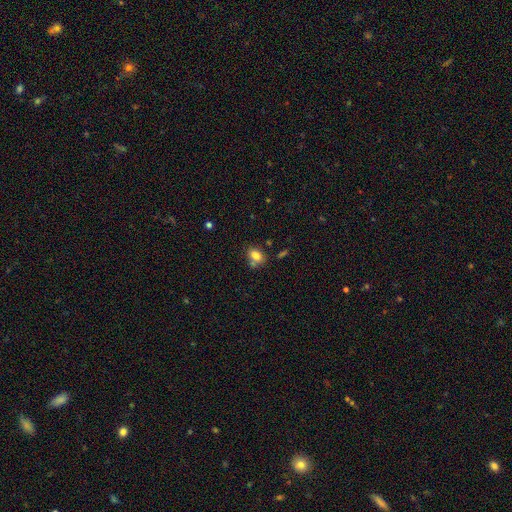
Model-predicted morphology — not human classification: This is clearly a smooth galaxy (82%). How rounded: likely in between (72%). Merging: likely none (61%).